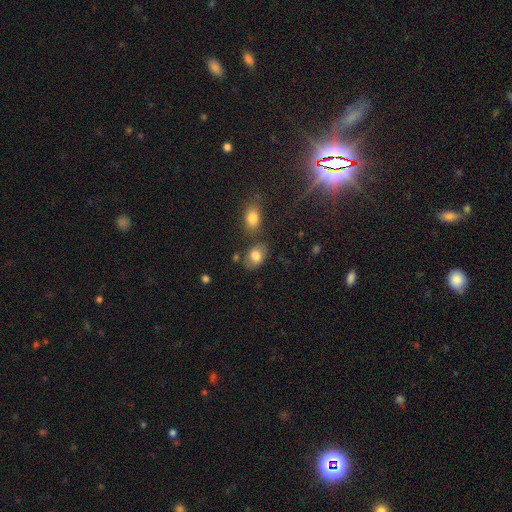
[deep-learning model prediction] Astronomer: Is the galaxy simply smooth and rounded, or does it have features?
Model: smooth — 80%.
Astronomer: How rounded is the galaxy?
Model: in between — 76%.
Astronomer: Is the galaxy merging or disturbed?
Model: none — 64%.